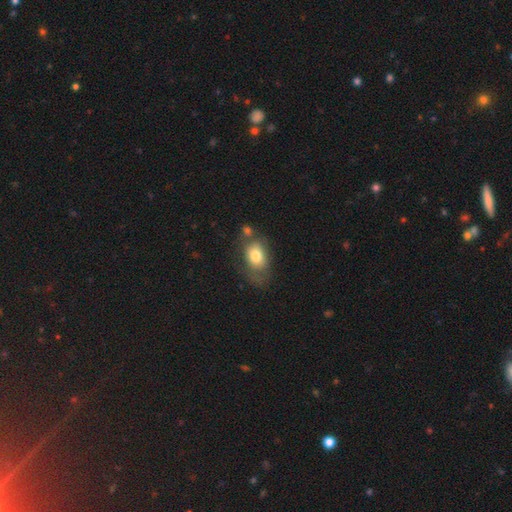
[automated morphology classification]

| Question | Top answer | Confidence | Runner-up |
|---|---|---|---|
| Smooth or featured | smooth | 76% | featured or disk (16%) |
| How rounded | in between | 80% | round (18%) |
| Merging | none | 41% | minor disturbance (27%) |